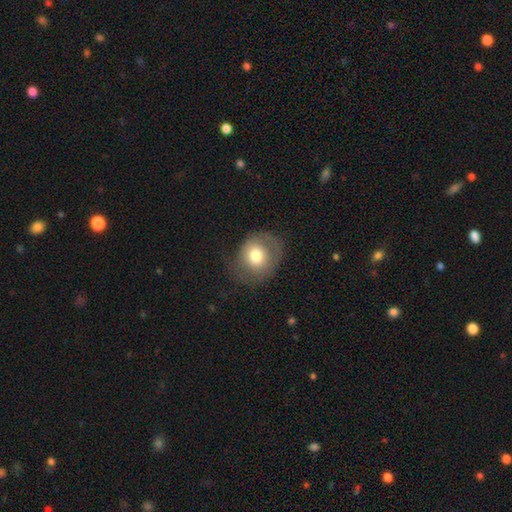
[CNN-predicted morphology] Smooth or featured: smooth — 69% (featured or disk — 23%)
How rounded: round — 71% (in between — 28%)
Merging: none — 56% (minor disturbance — 24%)